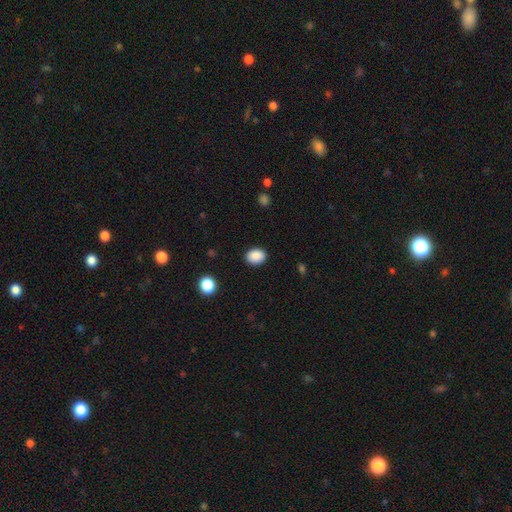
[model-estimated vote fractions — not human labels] Smooth or featured: smooth — 89% (star or artifact — 8%)
How rounded: in between — 64% (round — 35%)
Merging: none — 89% (minor disturbance — 8%)